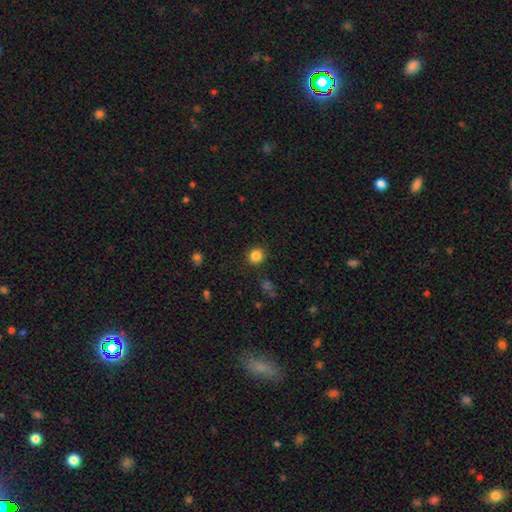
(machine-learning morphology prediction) A smooth galaxy with no disk features (84%) that is round (88%). Merging: none (90%).